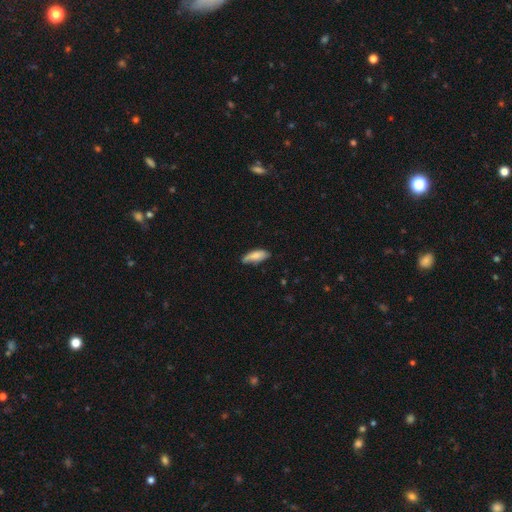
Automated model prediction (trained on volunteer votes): Morphology: type=smooth (81%); roundness=in between (66%); merging=none (63%).